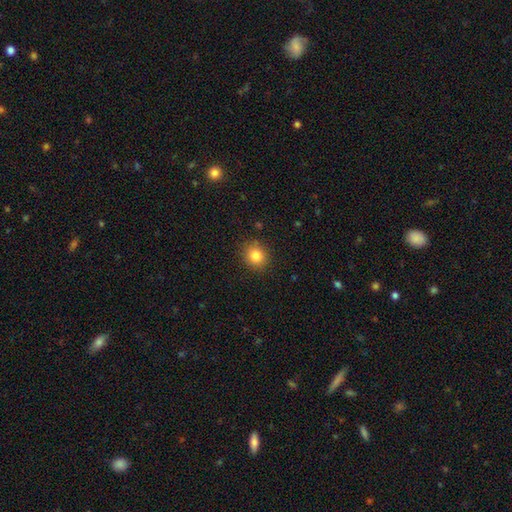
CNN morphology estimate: This appears to be a smooth galaxy with no disk features (83%) that is round (81%). Merging: none (89%).